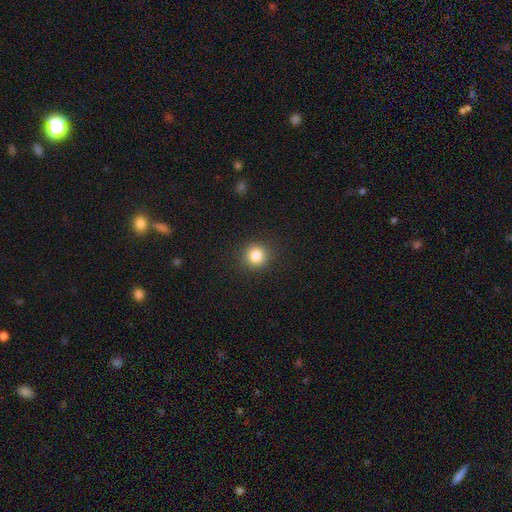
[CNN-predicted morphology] This is clearly a smooth galaxy (83%). How rounded: clearly round (92%). Merging: clearly none (90%).